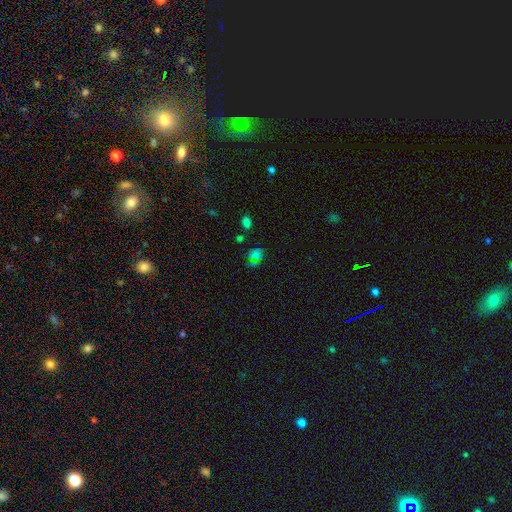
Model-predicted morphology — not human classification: Smooth or featured? Predicted: smooth (p=0.60). How rounded? Predicted: round (p=0.67). Merging? Predicted: none (p=0.62).